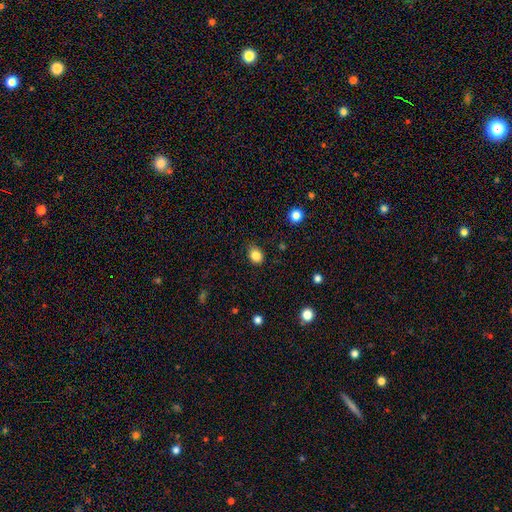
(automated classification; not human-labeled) Smooth or featured? Predicted: smooth (p=0.85). How rounded? Predicted: in between (p=0.53). Merging? Predicted: none (p=0.80).